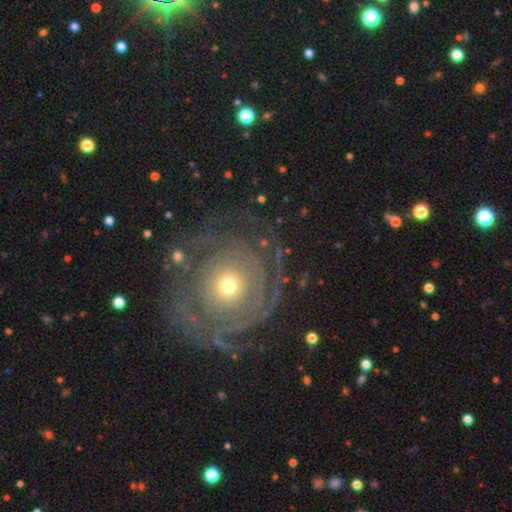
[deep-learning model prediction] Smooth or featured? featured or disk (71%)
Edge-on disk? no (96%)
Bar? no (85%)
Spiral arms? yes (80%)
Spiral winding? tight (79%)
Spiral arm count? can't tell (46%)
Bulge size? small (47%)
Merging? none (78%)